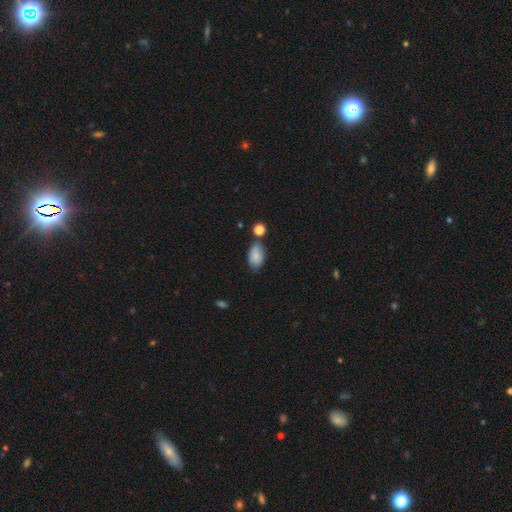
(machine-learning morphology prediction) A smooth galaxy with no disk features (84%) that is in between round and cigar-shaped (91%).

Vote fractions:
- Smooth or featured? smooth: 84% / star or artifact: 9% / featured or disk: 7%
- How rounded? in between: 91% / round: 7% / cigar-shaped: 2%
- Merging? none: 61% / minor disturbance: 23% / merger: 10% / major disturbance: 6%